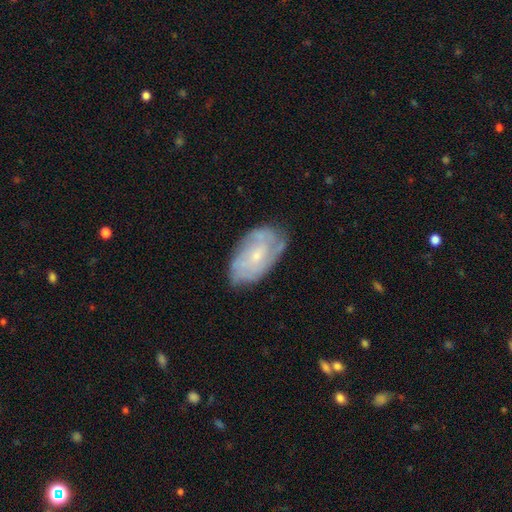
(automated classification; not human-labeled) featured or disk 63%, smooth 30%, star or artifact 7%. Down the decision tree: edge-on disk — no (95%); bar — no (69%); spiral arms — yes (77%); bulge size — small (68%); merging — none (71%).